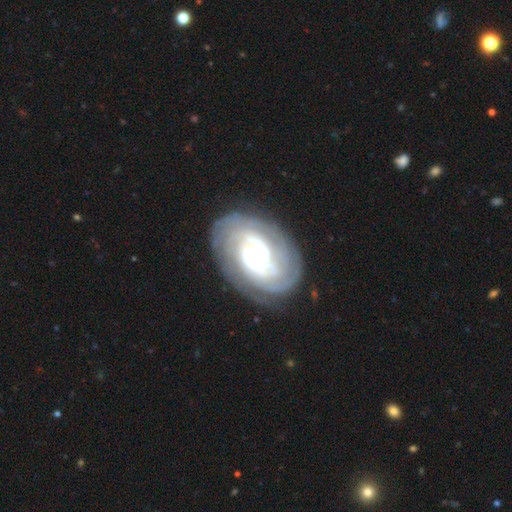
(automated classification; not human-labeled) Smooth or featured? Predicted: featured or disk (p=0.87). Edge-on disk? Predicted: no (p=0.97). Bar? Predicted: no (p=0.69). Spiral arms? Predicted: yes (p=0.96). Spiral winding? Predicted: tight (p=0.74). Spiral arm count? Predicted: can't tell (p=0.29). Bulge size? Predicted: moderate (p=0.47). Merging? Predicted: none (p=0.80).